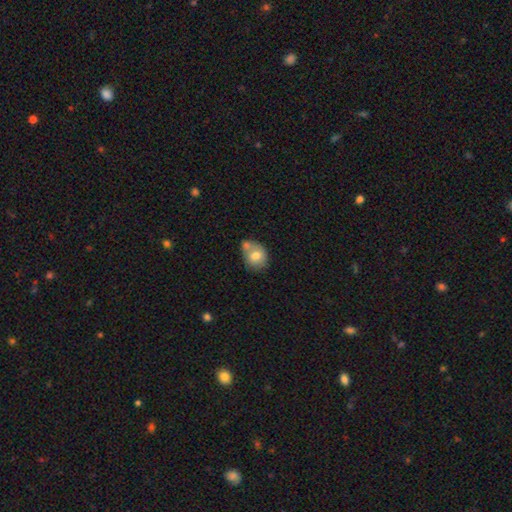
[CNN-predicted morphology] smooth-or-featured: smooth: 73% | featured or disk: 19% | star or artifact: 8%
  how-rounded: round: 65% | in between: 34% | cigar-shaped: 1%
  merging: merger: 44% | none: 36% | minor disturbance: 15% | major disturbance: 5%